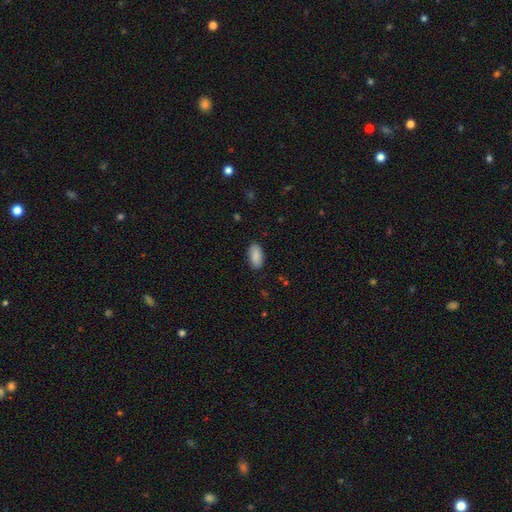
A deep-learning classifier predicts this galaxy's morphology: A smooth galaxy with no disk features (88%) that is in between round and cigar-shaped (93%).

Vote fractions:
- Smooth or featured? smooth: 88% / star or artifact: 6% / featured or disk: 6%
- How rounded? in between: 93% / cigar-shaped: 4% / round: 2%
- Merging? none: 86% / minor disturbance: 10% / major disturbance: 2% / merger: 1%